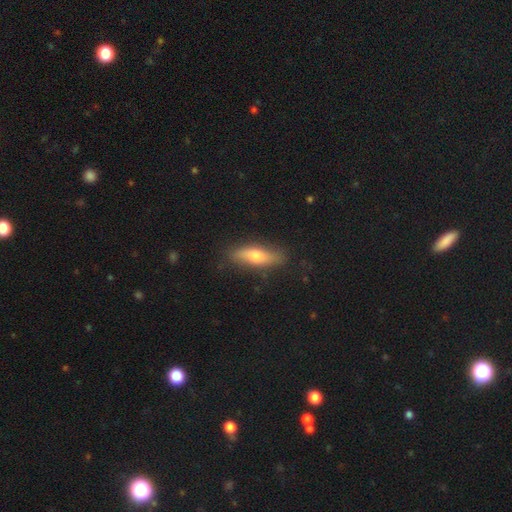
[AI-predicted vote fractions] smooth 63%, featured or disk 31%, star or artifact 6%. Down the decision tree: how rounded — cigar-shaped (54%); merging — none (82%).